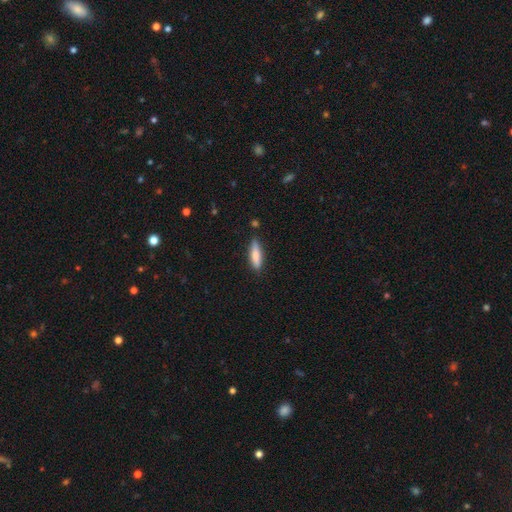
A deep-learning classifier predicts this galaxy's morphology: Smooth or featured: smooth — 74% (featured or disk — 20%)
How rounded: cigar-shaped — 68% (in between — 30%)
Merging: none — 84% (minor disturbance — 11%)